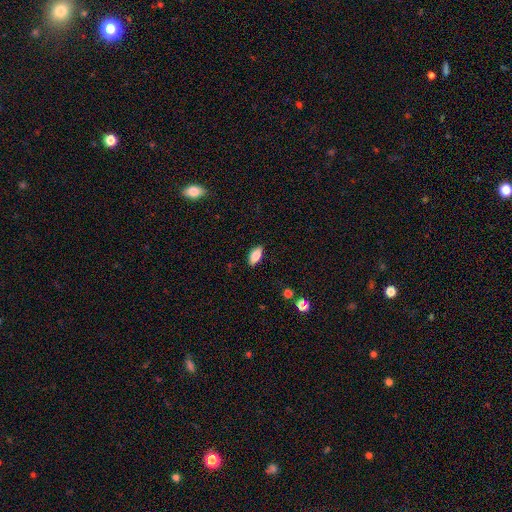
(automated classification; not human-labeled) smooth_or_featured: smooth (p=0.84) [alt: featured or disk p=0.08]
how_rounded: in between (p=0.88) [alt: cigar-shaped p=0.10]
merging: none (p=0.87) [alt: minor disturbance p=0.10]